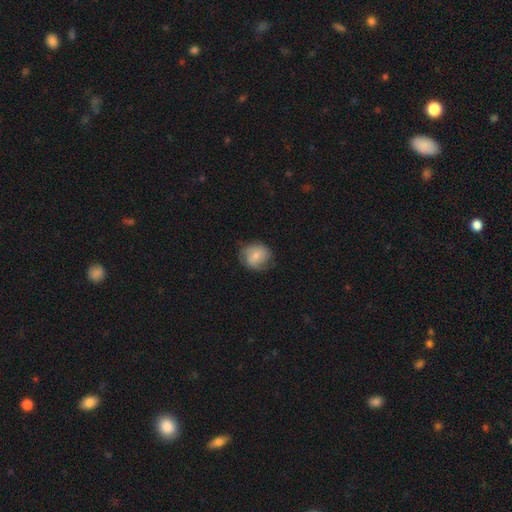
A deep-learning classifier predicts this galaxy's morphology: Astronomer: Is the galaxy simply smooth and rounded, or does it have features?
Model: smooth — 59% (runner-up: featured or disk, 34%).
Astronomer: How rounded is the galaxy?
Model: round — 73%.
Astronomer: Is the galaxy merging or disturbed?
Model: none — 65%.